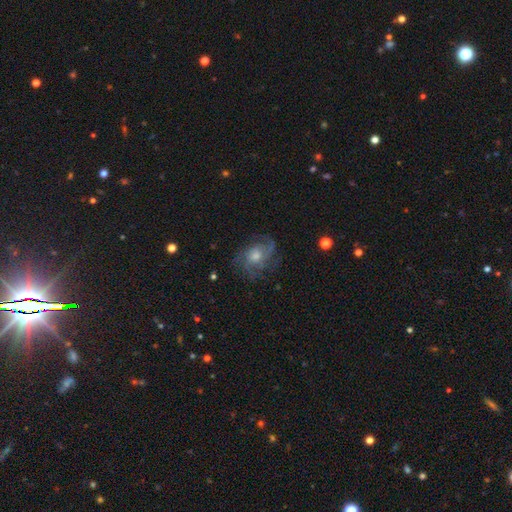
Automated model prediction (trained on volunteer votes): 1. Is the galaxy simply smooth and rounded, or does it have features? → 73% featured or disk, 15% smooth, 11% star or artifact.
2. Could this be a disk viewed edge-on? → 97% no, 3% yes.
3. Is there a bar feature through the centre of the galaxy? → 75% no, 22% weak, 3% strong.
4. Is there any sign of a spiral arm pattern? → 92% yes, 8% no.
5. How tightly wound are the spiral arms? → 44% medium, 39% tight, 17% loose.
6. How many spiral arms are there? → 31% can't tell, 26% 3, 15% 2, 15% 4, 7% more than 4, 7% 1.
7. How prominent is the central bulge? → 59% moderate, 27% small, 10% large, 3% none, 1% dominant.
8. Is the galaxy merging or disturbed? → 71% none, 17% minor disturbance, 11% major disturbance, 1% merger.